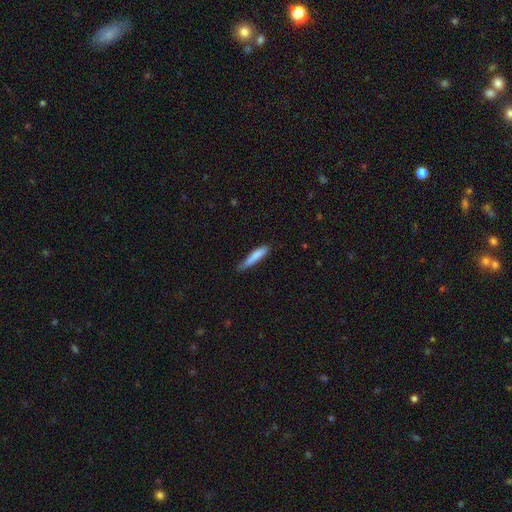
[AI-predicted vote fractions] smooth-or-featured: smooth: 81% | featured or disk: 13% | star or artifact: 6%
  how-rounded: cigar-shaped: 89% | in between: 10% | round: 1%
  merging: none: 63% | minor disturbance: 29% | major disturbance: 5% | merger: 2%